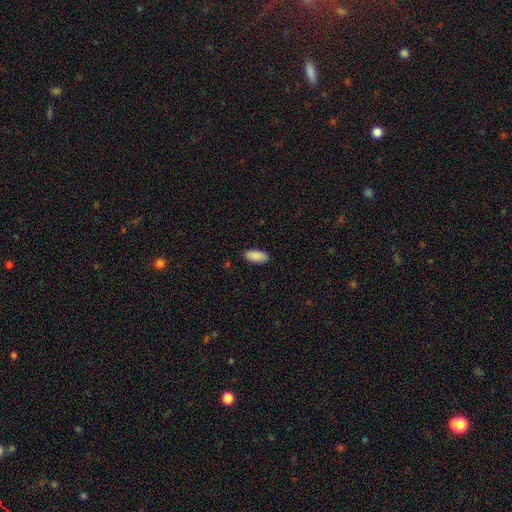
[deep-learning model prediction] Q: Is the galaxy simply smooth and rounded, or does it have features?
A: smooth — 91%.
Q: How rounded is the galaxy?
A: in between — 90%.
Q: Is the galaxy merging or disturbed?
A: none — 89%.